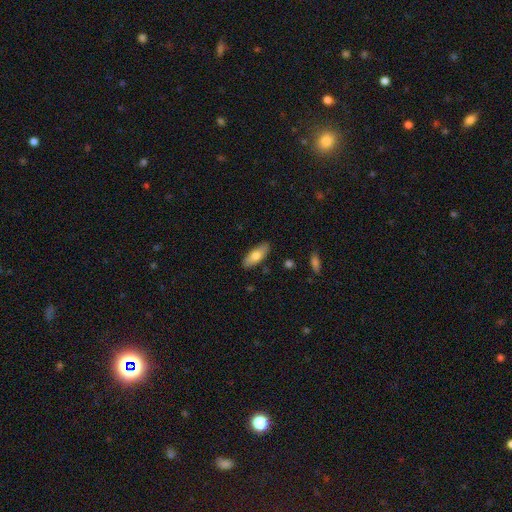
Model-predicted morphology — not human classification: smooth-or-featured: smooth: 75% | featured or disk: 20% | star or artifact: 6%
  how-rounded: in between: 74% | cigar-shaped: 24% | round: 2%
  merging: none: 87% | minor disturbance: 9% | major disturbance: 2% | merger: 1%